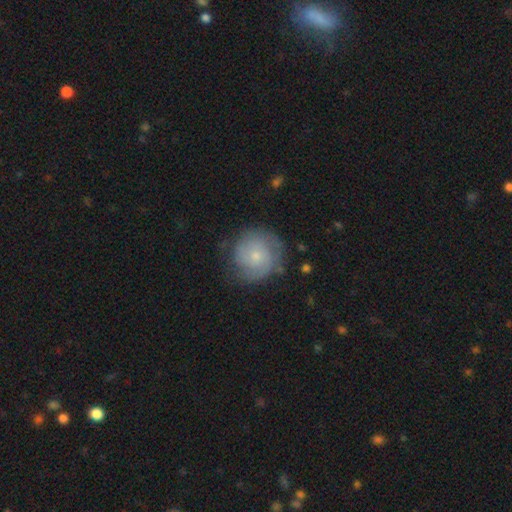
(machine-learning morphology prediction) This appears to be a featured or disk galaxy (58%) with no bar (80%), spiral arms (86%) and a small central bulge (71%). Merging: none (73%).